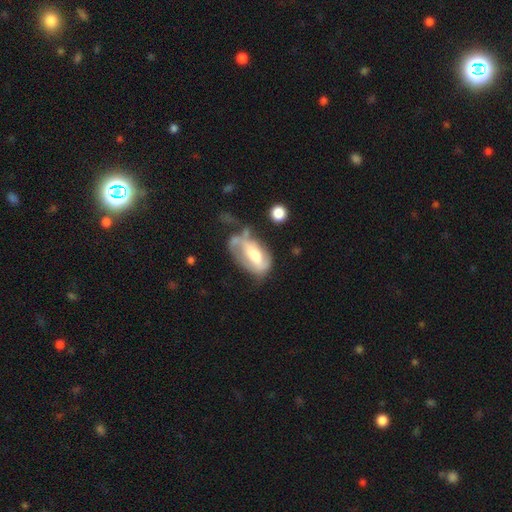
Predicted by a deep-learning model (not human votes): Smooth or featured?
  - featured or disk: 51% *
  - smooth: 41%
  - star or artifact: 8%
Edge-on disk?
  - no: 91% *
  - yes: 9%
Merging?
  - major disturbance: 36% *
  - minor disturbance: 26%
  - none: 23%
  - merger: 15%